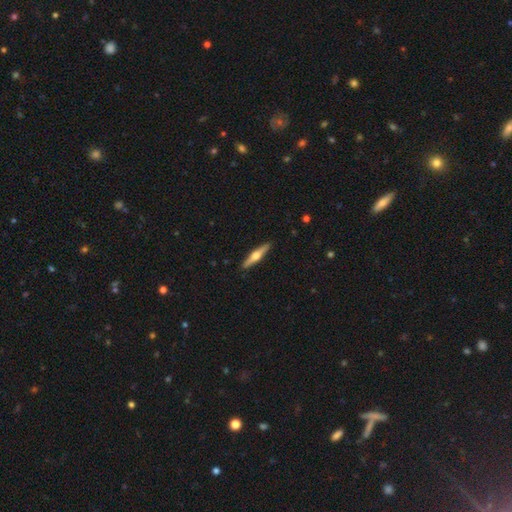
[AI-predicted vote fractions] This appears to be a featured or disk galaxy (67%) viewed edge-on (97%) with a rounded central bulge (94%). Merging: none (92%).